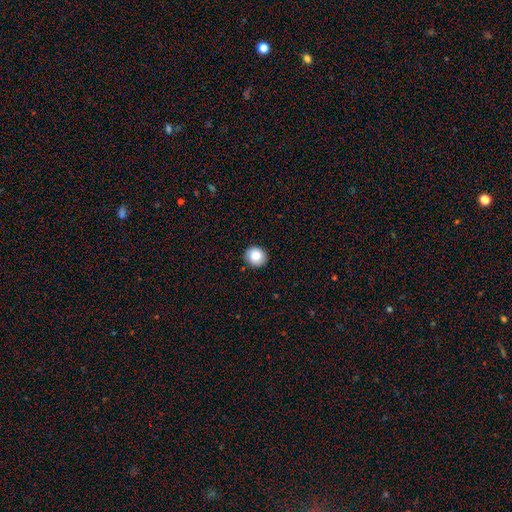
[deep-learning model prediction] smooth-or-featured: smooth: 85% | star or artifact: 9% | featured or disk: 6%
  how-rounded: round: 86% | in between: 13% | cigar-shaped: 1%
  merging: none: 89% | minor disturbance: 8% | major disturbance: 2% | merger: 1%